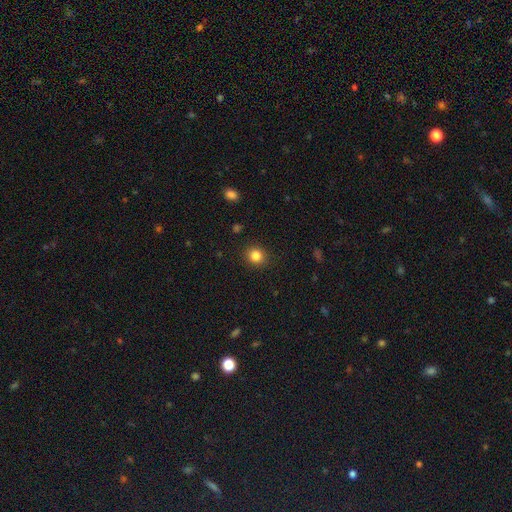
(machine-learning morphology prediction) Overall: smooth (84%). How rounded: round (84%). Merging: none (89%).